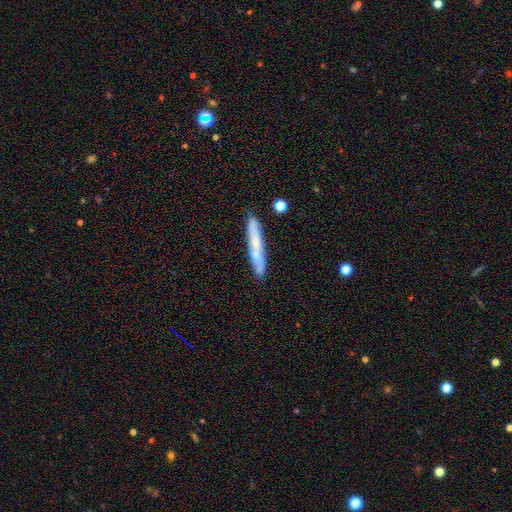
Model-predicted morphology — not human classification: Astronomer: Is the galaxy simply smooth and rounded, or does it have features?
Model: smooth — 56% (runner-up: featured or disk, 38%).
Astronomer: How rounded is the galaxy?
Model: cigar-shaped — 91%.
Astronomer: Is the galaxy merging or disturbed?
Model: none — 70%.